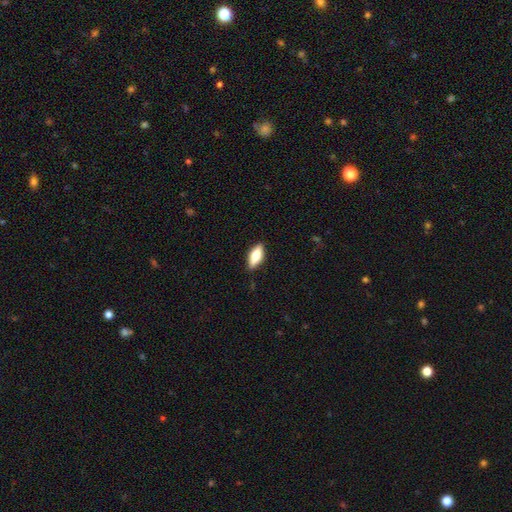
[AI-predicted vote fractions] A smooth galaxy with no disk features (66%) that is in between round and cigar-shaped (76%). Merging: none (86%).